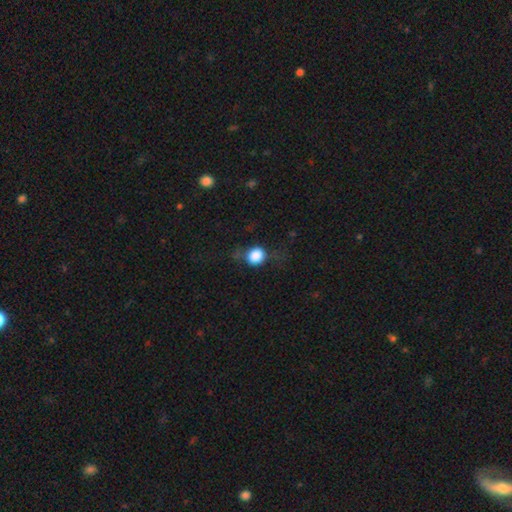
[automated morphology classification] Overall: smooth (82%). How rounded: round (73%). Merging: none (62%; minor disturbance 23%).